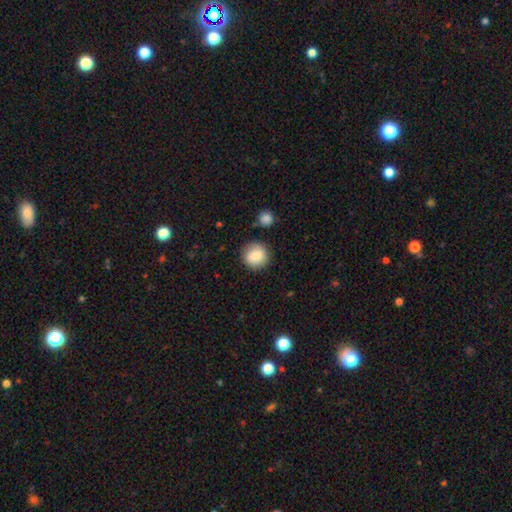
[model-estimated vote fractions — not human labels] A smooth galaxy with no disk features (86%) that is round (92%).

Vote fractions:
- Smooth or featured? smooth: 86% / star or artifact: 8% / featured or disk: 7%
- How rounded? round: 92% / in between: 7% / cigar-shaped: 1%
- Merging? none: 85% / minor disturbance: 9% / major disturbance: 3% / merger: 3%